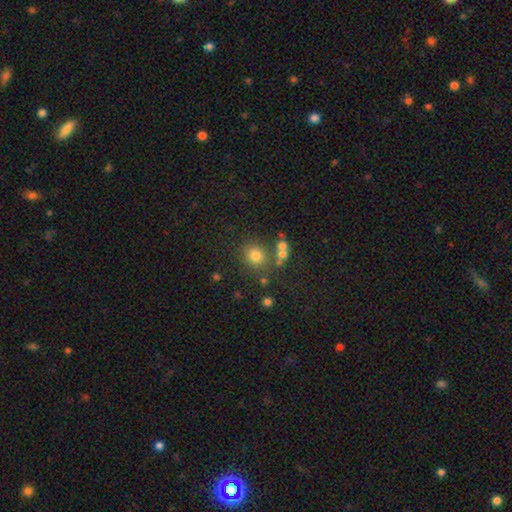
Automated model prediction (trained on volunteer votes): This is likely a smooth galaxy (74%). How rounded: clearly round (86%). Merging: likely none (71%).